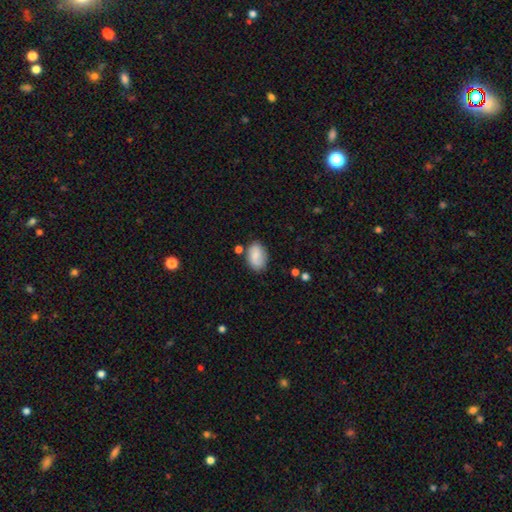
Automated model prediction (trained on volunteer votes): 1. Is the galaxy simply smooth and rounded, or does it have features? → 80% smooth, 13% featured or disk, 7% star or artifact.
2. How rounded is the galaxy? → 88% in between, 10% round, 1% cigar-shaped.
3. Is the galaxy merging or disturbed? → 75% none, 16% minor disturbance, 5% merger, 4% major disturbance.